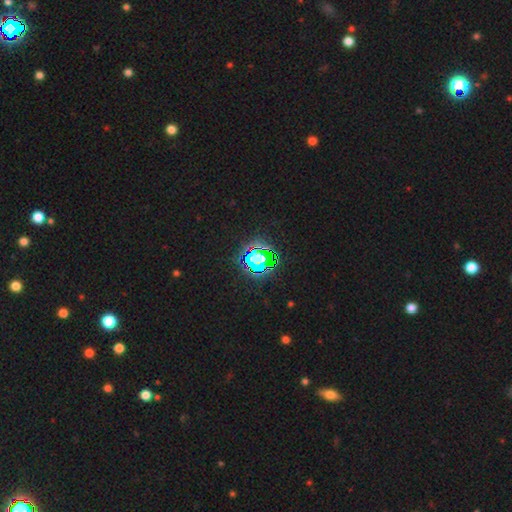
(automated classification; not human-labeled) star or artifact 67%, smooth 19%, featured or disk 14%.